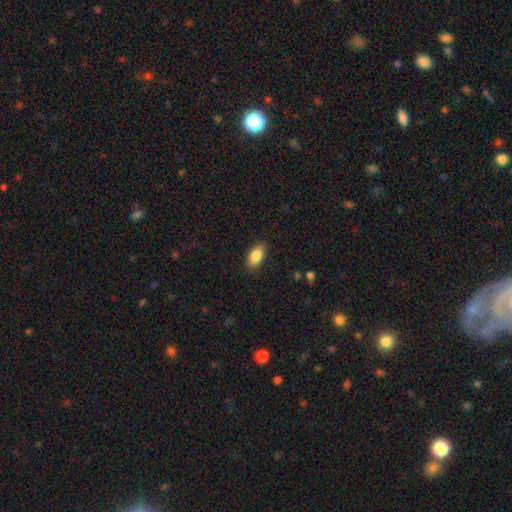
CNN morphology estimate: Smooth or featured?
  - smooth: 87% *
  - star or artifact: 7%
  - featured or disk: 6%
How rounded?
  - in between: 92% *
  - cigar-shaped: 5%
  - round: 4%
Merging?
  - none: 87% *
  - minor disturbance: 9%
  - major disturbance: 2%
  - merger: 1%